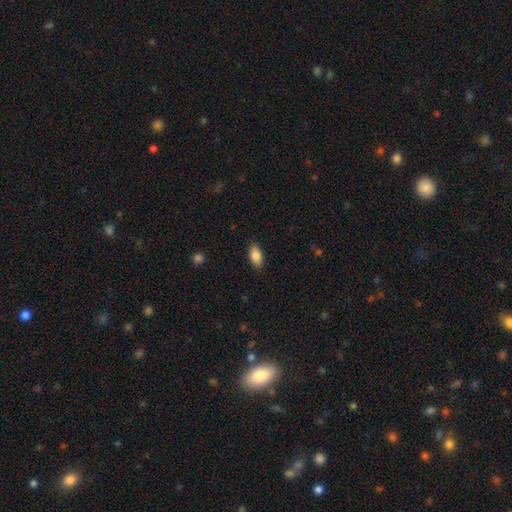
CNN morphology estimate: Overall: smooth (87%). How rounded: in between (91%). Merging: none (88%).